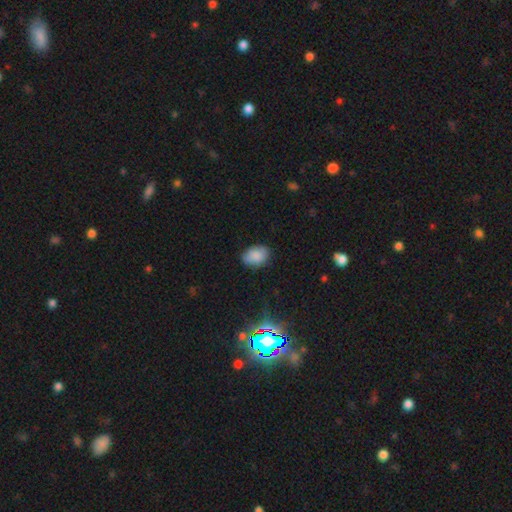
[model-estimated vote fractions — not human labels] smooth-or-featured: smooth: 85% | star or artifact: 9% | featured or disk: 6%
  how-rounded: in between: 79% | round: 20% | cigar-shaped: 1%
  merging: none: 78% | minor disturbance: 17% | major disturbance: 3% | merger: 1%